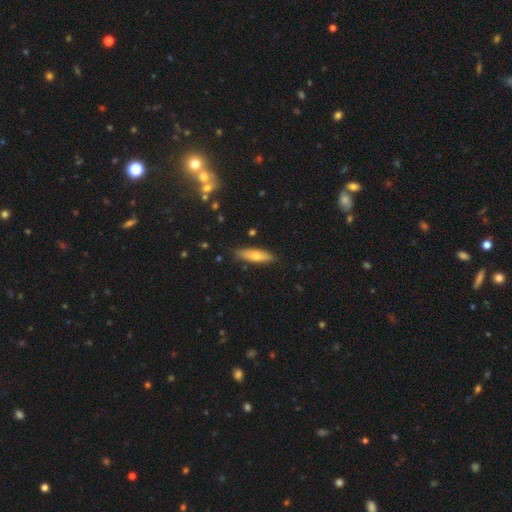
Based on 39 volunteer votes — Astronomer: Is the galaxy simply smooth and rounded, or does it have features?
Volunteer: smooth — 79%.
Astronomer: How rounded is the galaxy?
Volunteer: in between — 71%.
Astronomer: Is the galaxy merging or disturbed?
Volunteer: none — 83%.